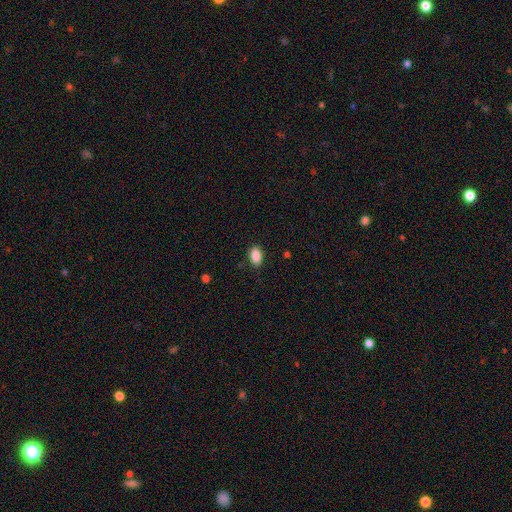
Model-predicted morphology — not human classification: A smooth galaxy with no disk features (88%) that is in between round and cigar-shaped (91%). Merging: none (86%).